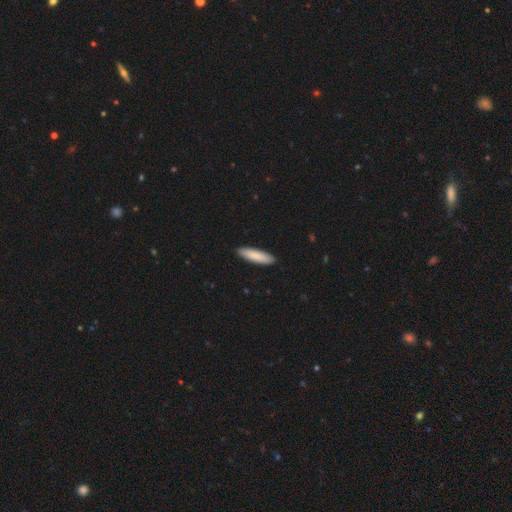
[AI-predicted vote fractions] smooth-or-featured: smooth: 88% | featured or disk: 7% | star or artifact: 5%
  how-rounded: cigar-shaped: 70% | in between: 28% | round: 1%
  merging: none: 91% | minor disturbance: 7% | major disturbance: 1% | merger: 1%